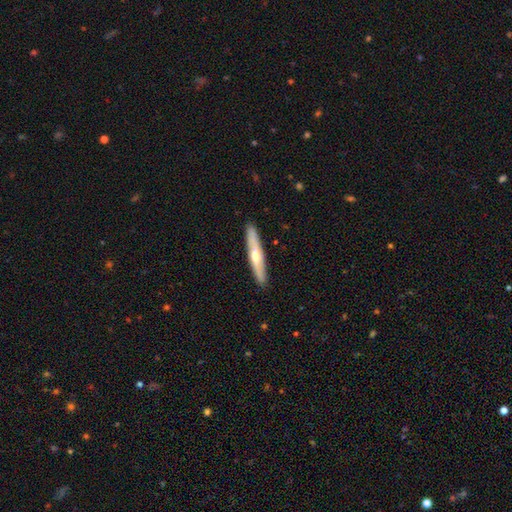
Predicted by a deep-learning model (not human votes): Smooth or featured? Predicted: featured or disk (p=0.51). Edge-on disk? Predicted: yes (p=0.88). Merging? Predicted: none (p=0.90).